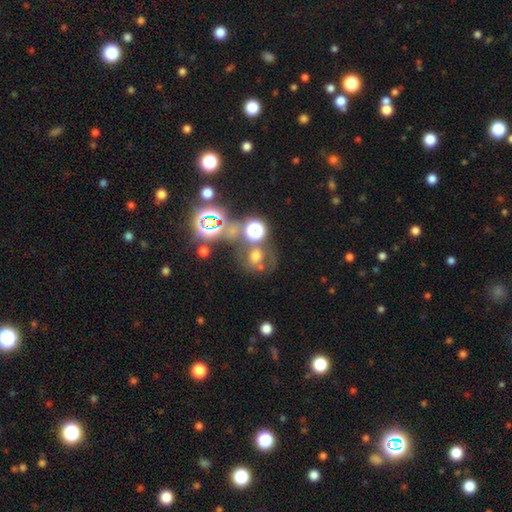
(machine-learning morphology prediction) Smooth or featured: smooth — 45% (star or artifact — 34%)
Merging: none — 47% (merger — 24%)